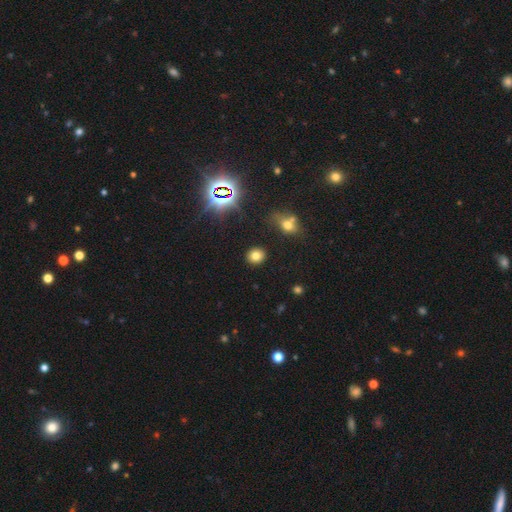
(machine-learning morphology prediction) A smooth galaxy with no disk features (74%) that is round (74%). Merging: none (89%).